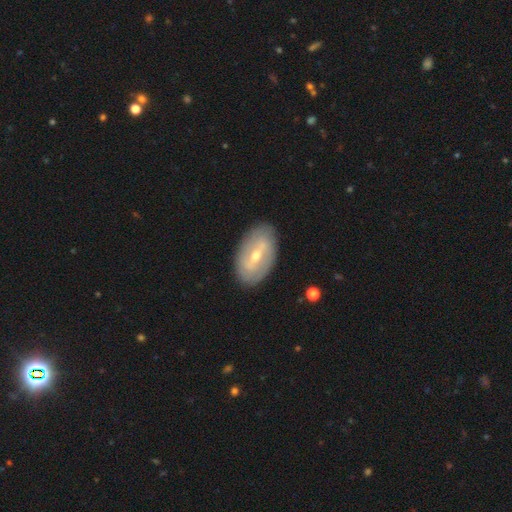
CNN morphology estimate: smooth_or_featured: featured or disk (p=0.70) [alt: smooth p=0.24]
disk_edge_on: no (p=0.91) [alt: yes p=0.09]
bar: weak (p=0.43) [alt: strong p=0.40]
has_spiral_arms: yes (p=0.59) [alt: no p=0.41]
bulge_size: moderate (p=0.55) [alt: small p=0.41]
merging: none (p=0.84) [alt: minor disturbance p=0.11]